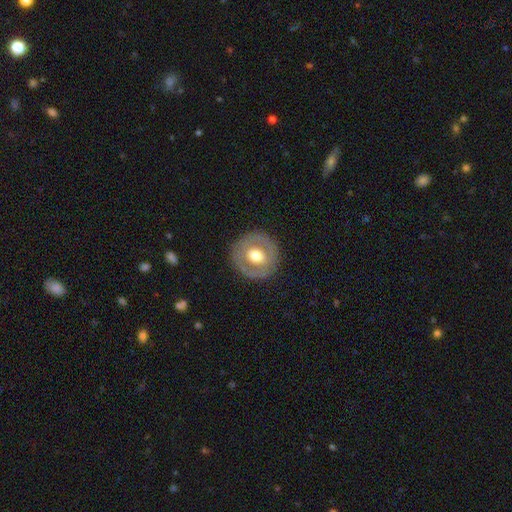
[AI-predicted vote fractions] Smooth or featured: smooth — 48% (featured or disk — 46%)
Merging: none — 86% (minor disturbance — 9%)